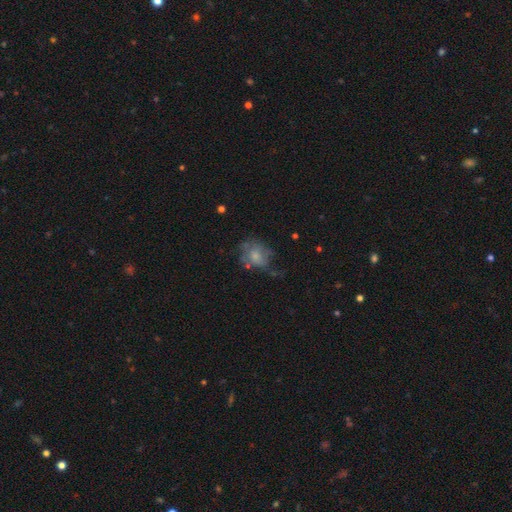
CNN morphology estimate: type=smooth (56%); roundness=round (51%); merging=none (38%).